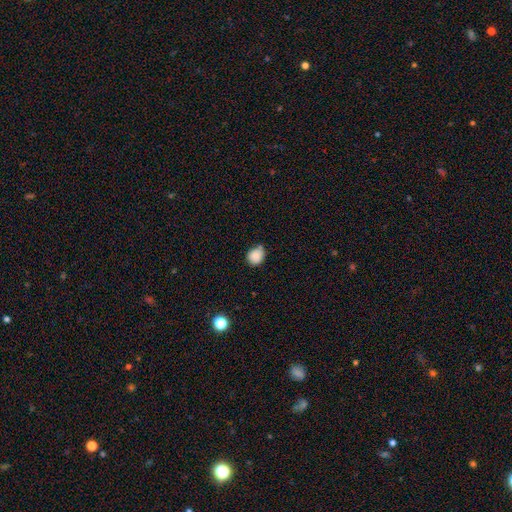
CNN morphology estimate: smooth 86%, star or artifact 9%, featured or disk 4%. Down the decision tree: how rounded — round (73%); merging — none (63%).